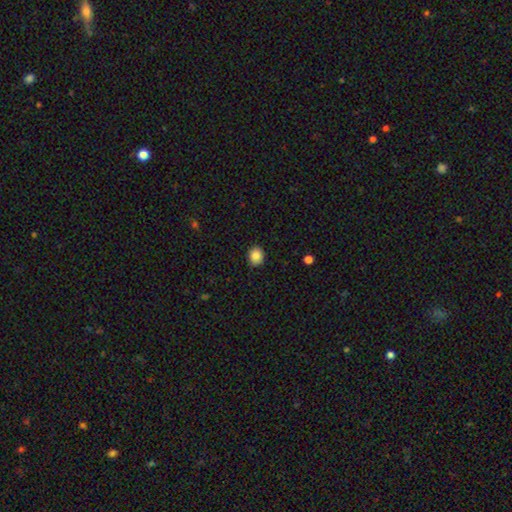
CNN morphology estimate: This is clearly a smooth galaxy (86%). How rounded: likely round (69%). Merging: clearly none (87%).